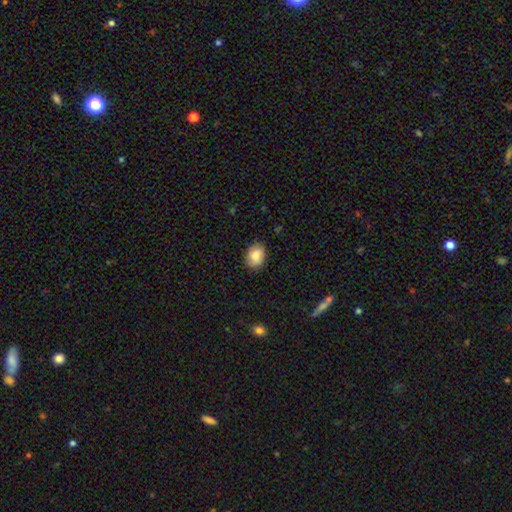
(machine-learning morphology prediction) This is clearly a smooth galaxy (85%). How rounded: likely in between (70%). Merging: clearly none (83%).